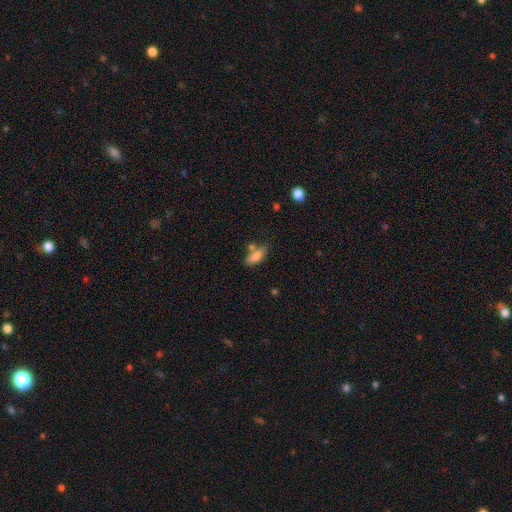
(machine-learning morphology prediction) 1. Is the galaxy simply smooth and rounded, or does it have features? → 79% smooth, 13% featured or disk, 8% star or artifact.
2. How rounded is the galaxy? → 76% in between, 20% cigar-shaped, 3% round.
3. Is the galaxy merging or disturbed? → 58% none, 19% minor disturbance, 18% merger, 5% major disturbance.